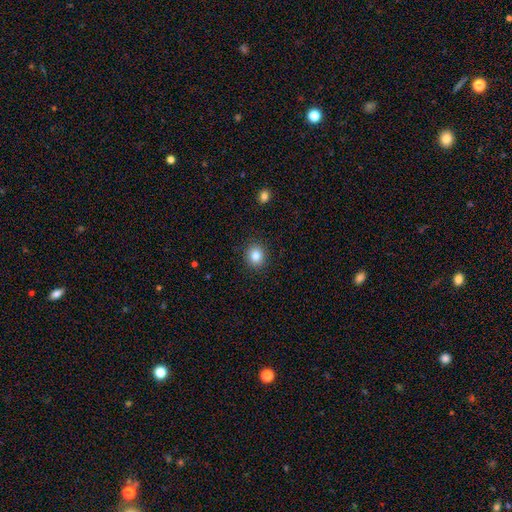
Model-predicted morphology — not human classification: Smooth or featured? smooth (83%)
How rounded? round (80%)
Merging? none (90%)